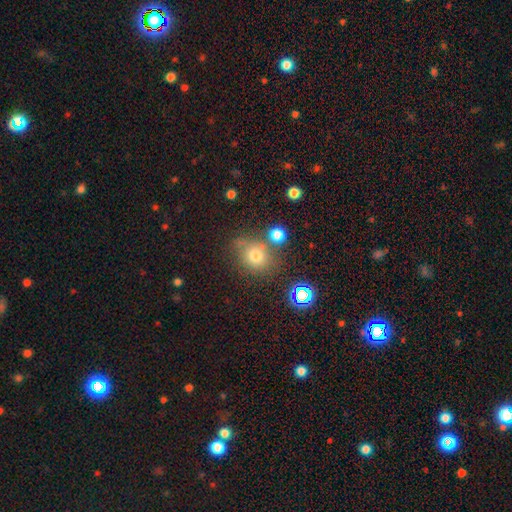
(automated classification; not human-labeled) smooth-or-featured: smooth: 70% | star or artifact: 19% | featured or disk: 11%
  how-rounded: round: 76% | in between: 23% | cigar-shaped: 1%
  merging: none: 65% | minor disturbance: 15% | merger: 14% | major disturbance: 6%